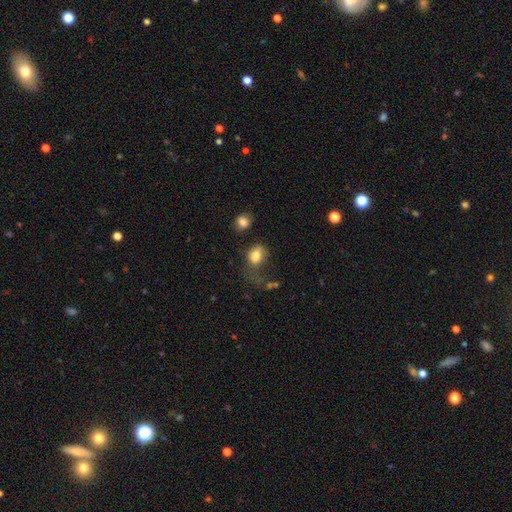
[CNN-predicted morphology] type=smooth (81%); roundness=in between (59%); merging=none (35%).